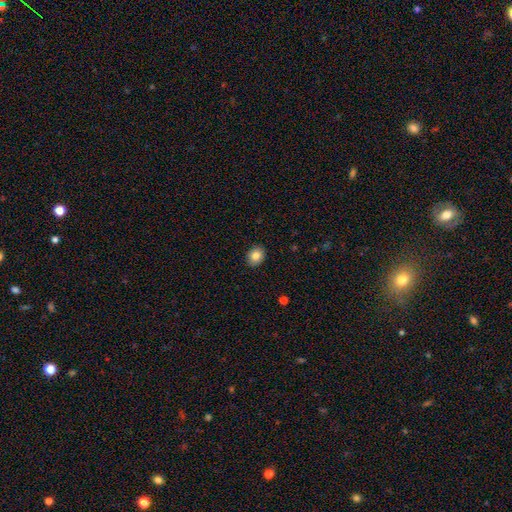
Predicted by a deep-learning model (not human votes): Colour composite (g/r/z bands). It shows a smooth galaxy with no disk features (84%) that is round (60%). Merging: none (90%).